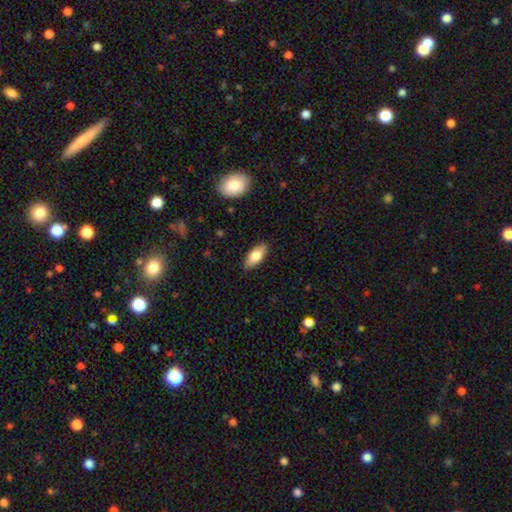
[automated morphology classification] Overall: smooth (77%). How rounded: in between (85%). Merging: none (87%).